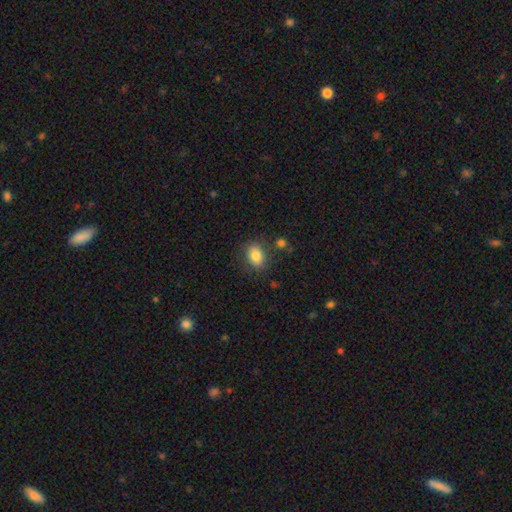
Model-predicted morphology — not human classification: A smooth galaxy with no disk features (82%) that is in between round and cigar-shaped (69%). Merging: none (80%).